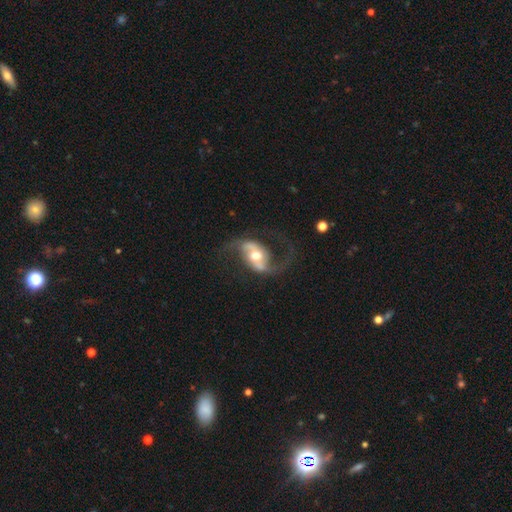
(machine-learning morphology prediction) Smooth or featured: featured or disk — 87% (smooth — 8%)
Edge-on disk: no — 97% (yes — 3%)
Bar: weak — 38% (strong — 32%)
Spiral arms: yes — 95% (no — 5%)
Spiral winding: loose — 64% (medium — 30%)
Spiral arm count: 2 — 93% (1 — 2%)
Bulge size: moderate — 72% (large — 14%)
Merging: none — 68% (major disturbance — 15%)